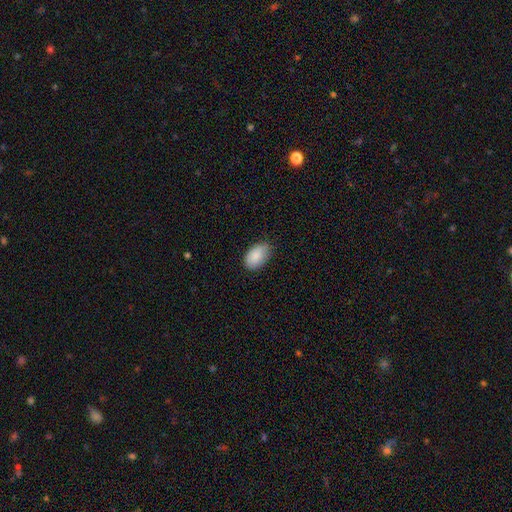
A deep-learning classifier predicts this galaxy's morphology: Smooth or featured? Predicted: smooth (p=0.89). How rounded? Predicted: in between (p=0.93). Merging? Predicted: none (p=0.78).